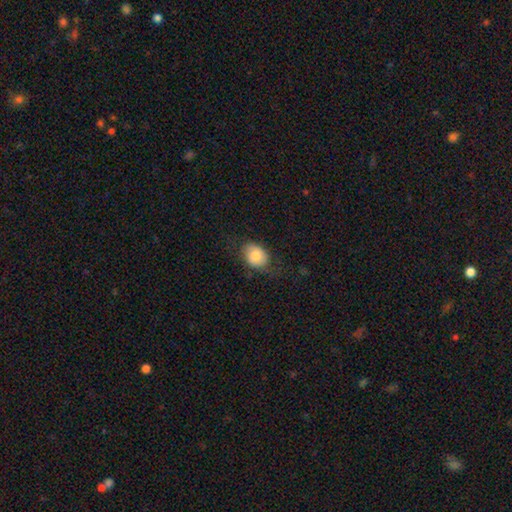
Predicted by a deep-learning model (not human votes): Morphology: type=smooth (79%); roundness=in between (60%); merging=none (65%).